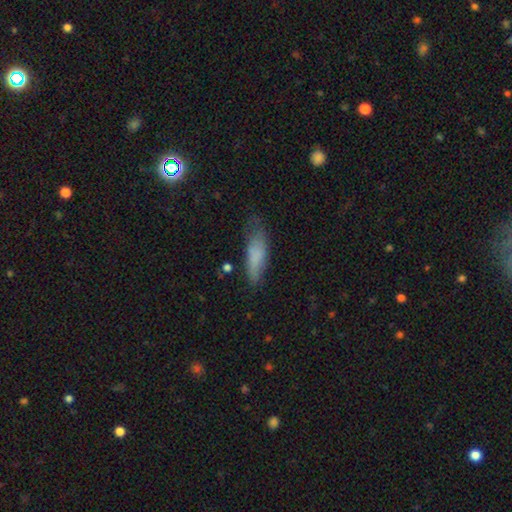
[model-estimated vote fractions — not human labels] This is likely a smooth galaxy (78%). How rounded: possibly in between (53%). Merging: possibly none (55%).